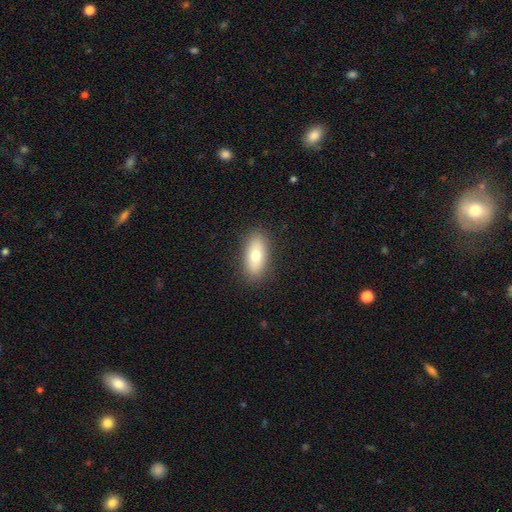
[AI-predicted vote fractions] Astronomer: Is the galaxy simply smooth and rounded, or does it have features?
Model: smooth — 74%.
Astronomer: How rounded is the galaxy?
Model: in between — 85%.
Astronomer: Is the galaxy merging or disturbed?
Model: none — 88%.